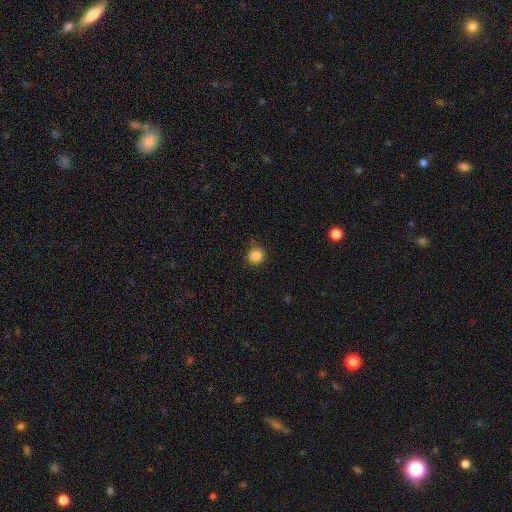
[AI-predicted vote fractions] This is clearly a smooth galaxy (86%). How rounded: clearly round (91%). Merging: clearly none (81%).